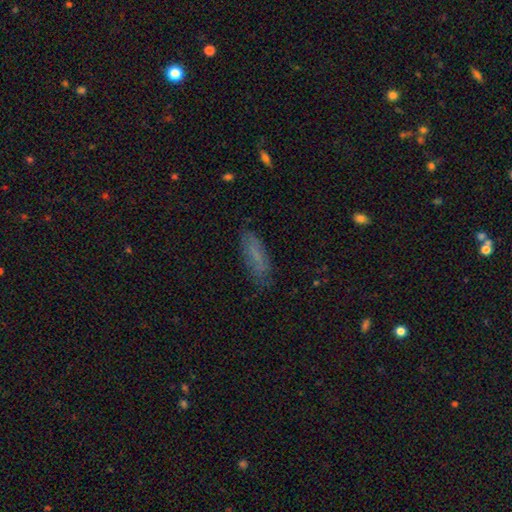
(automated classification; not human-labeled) smooth_or_featured: smooth (p=0.65) [alt: featured or disk p=0.23]
how_rounded: in between (p=0.53) [alt: cigar-shaped p=0.45]
merging: none (p=0.74) [alt: minor disturbance p=0.18]